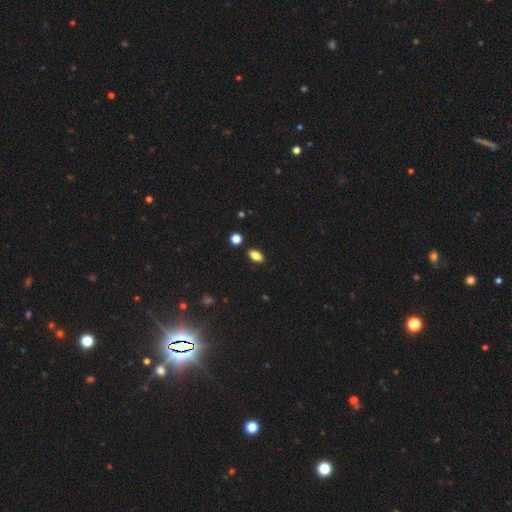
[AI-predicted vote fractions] A smooth galaxy with no disk features (83%) that is in between round and cigar-shaped (88%). Merging: none (87%).